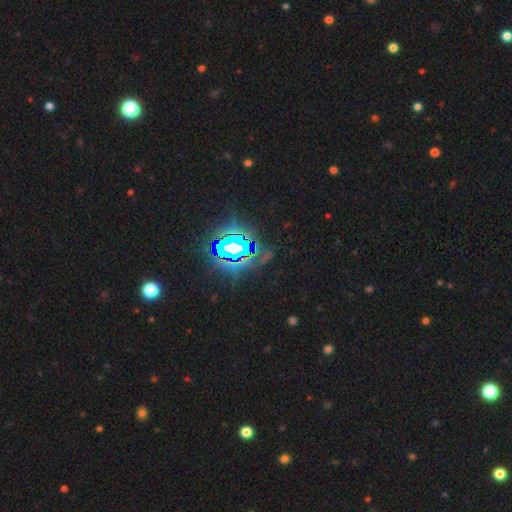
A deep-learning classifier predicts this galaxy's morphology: A star or artifact, not a galaxy (83%).